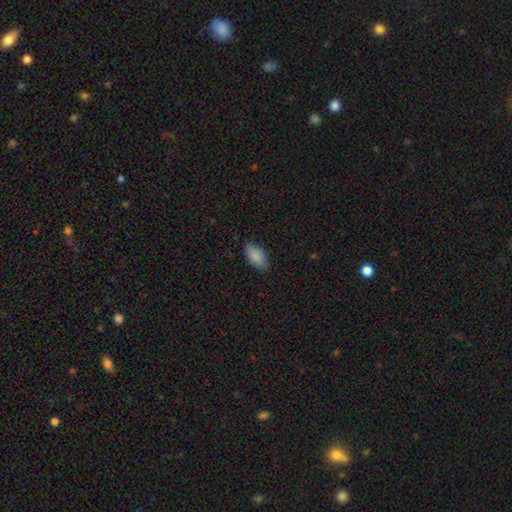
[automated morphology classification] Smooth or featured: smooth — 87% (featured or disk — 7%)
How rounded: in between — 91% (cigar-shaped — 6%)
Merging: none — 78% (minor disturbance — 18%)